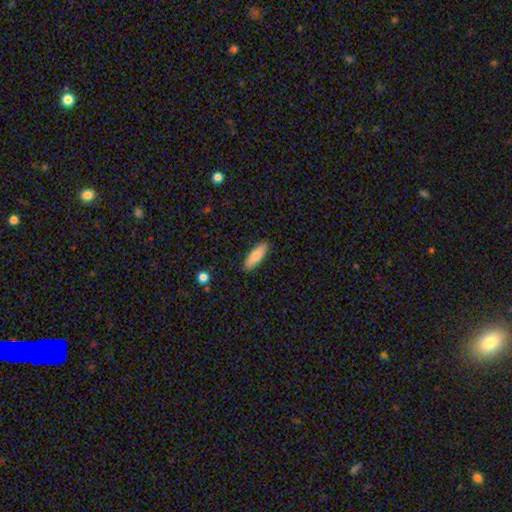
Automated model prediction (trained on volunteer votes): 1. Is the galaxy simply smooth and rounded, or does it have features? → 81% smooth, 13% featured or disk, 6% star or artifact.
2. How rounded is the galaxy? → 57% in between, 42% cigar-shaped, 2% round.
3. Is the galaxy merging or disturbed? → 89% none, 8% minor disturbance, 2% major disturbance, 1% merger.